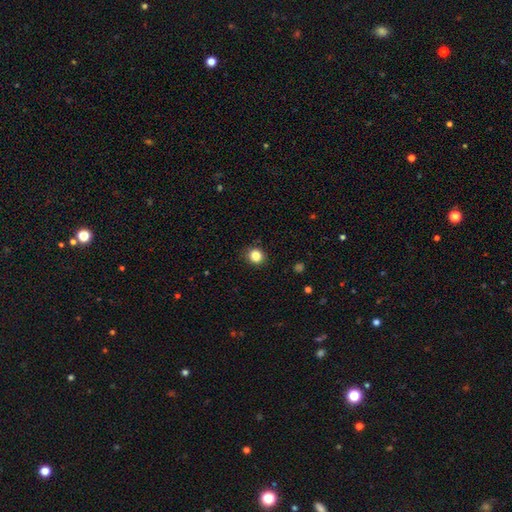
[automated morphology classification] A smooth galaxy with no disk features (84%) that is round (87%).

Vote fractions:
- Smooth or featured? smooth: 84% / star or artifact: 11% / featured or disk: 5%
- How rounded? round: 87% / in between: 12% / cigar-shaped: 1%
- Merging? none: 90% / minor disturbance: 7% / major disturbance: 2% / merger: 1%